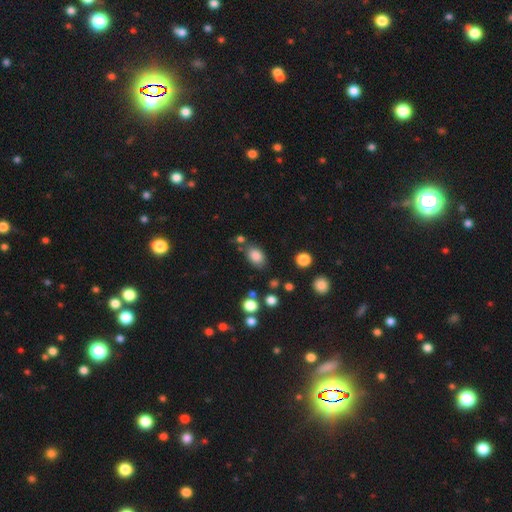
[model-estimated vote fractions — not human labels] Overall: smooth (83%). How rounded: in between (83%). Merging: none (73%).